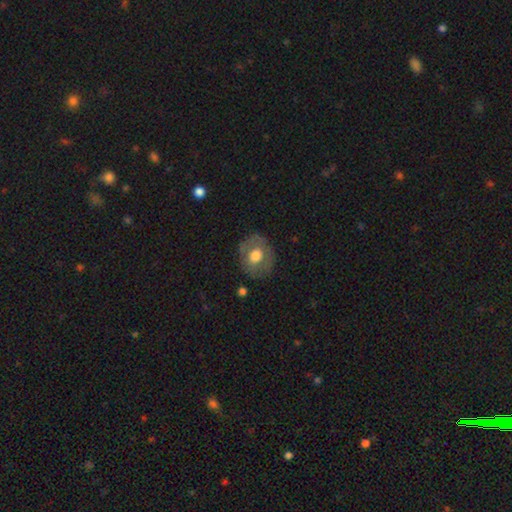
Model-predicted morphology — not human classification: The model was most divided on "smooth or featured": smooth: 56%, featured or disk: 37%, star or artifact: 7%. More confident: merging — none (76%); how rounded — round (66%).